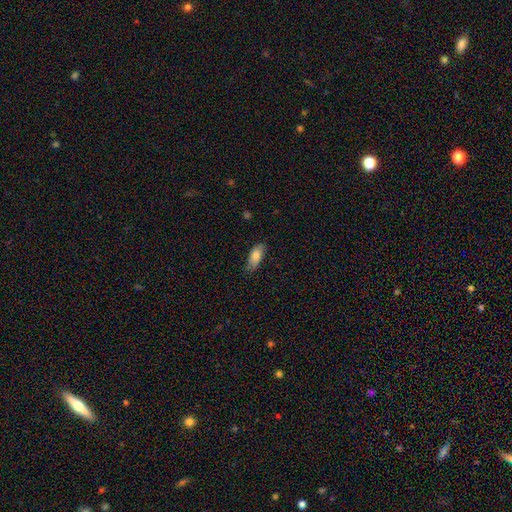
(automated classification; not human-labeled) This is likely a smooth galaxy (79%). How rounded: clearly in between (82%). Merging: likely none (73%).